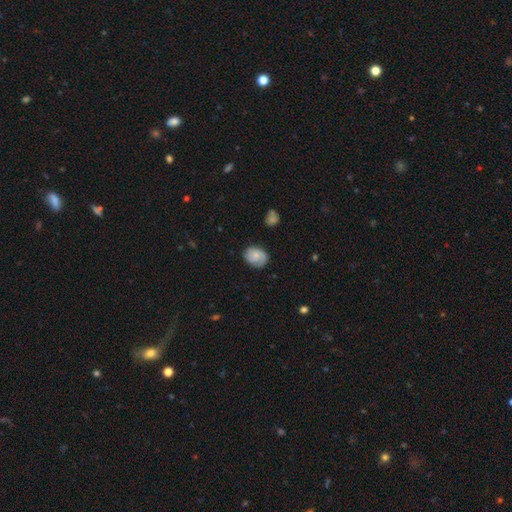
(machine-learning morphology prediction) smooth-or-featured: smooth: 58% | featured or disk: 34% | star or artifact: 8%
  how-rounded: in between: 54% | round: 45% | cigar-shaped: 1%
  merging: none: 71% | minor disturbance: 21% | major disturbance: 6% | merger: 1%